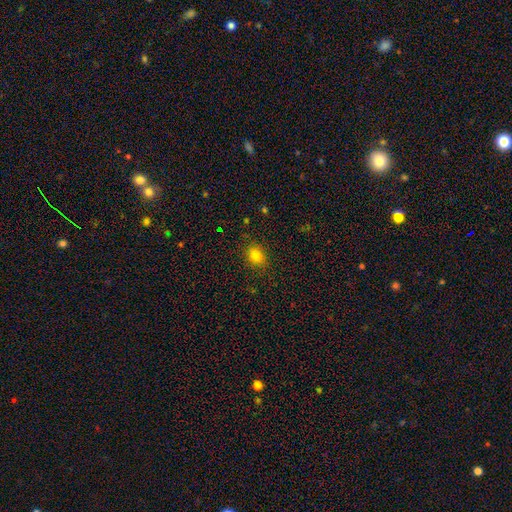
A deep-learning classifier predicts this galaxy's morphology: Smooth or featured? smooth (81%)
How rounded? in between (54%)
Merging? none (86%)